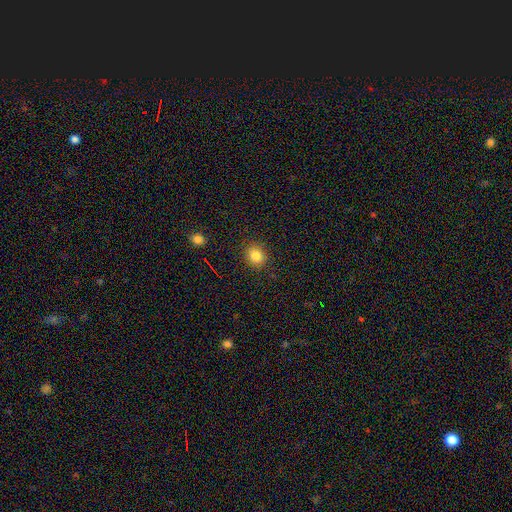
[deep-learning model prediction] Overall: smooth (83%). How rounded: round (72%). Merging: none (88%).